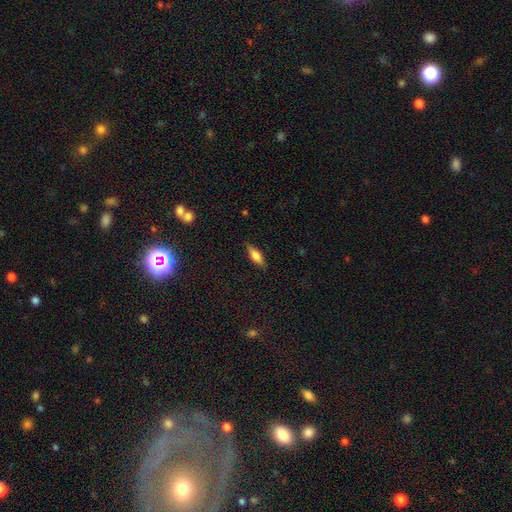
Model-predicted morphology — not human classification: This is possibly a smooth galaxy (59%). How rounded: possibly in between (50%). Merging: clearly none (86%).